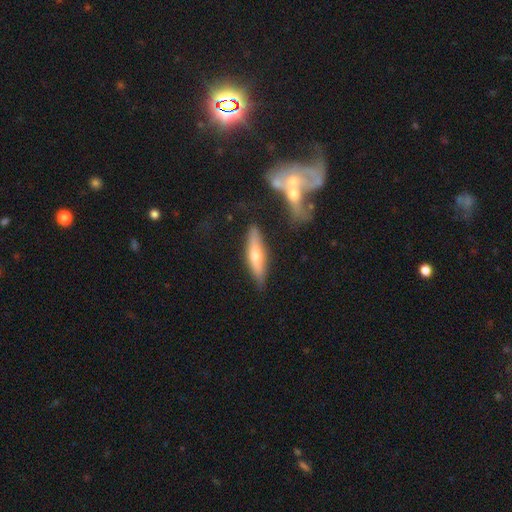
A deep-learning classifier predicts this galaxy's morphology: The model was most divided on "smooth or featured": featured or disk: 56%, smooth: 34%, star or artifact: 11%. More confident: edge-on disk — yes (80%); merging — none (68%).